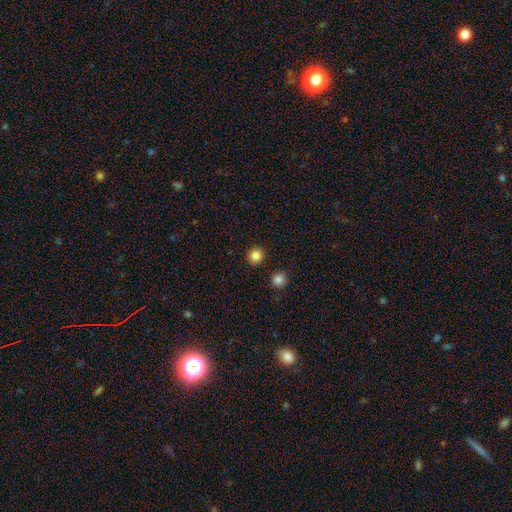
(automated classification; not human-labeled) Morphology: type=smooth (85%); roundness=round (92%); merging=none (92%).